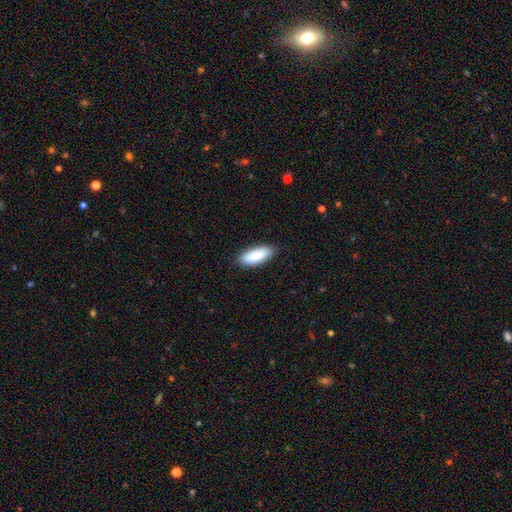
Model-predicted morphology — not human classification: Smooth or featured?
  - smooth: 87% *
  - featured or disk: 8%
  - star or artifact: 6%
How rounded?
  - in between: 82% *
  - cigar-shaped: 16%
  - round: 2%
Merging?
  - none: 87% *
  - minor disturbance: 10%
  - major disturbance: 2%
  - merger: 1%